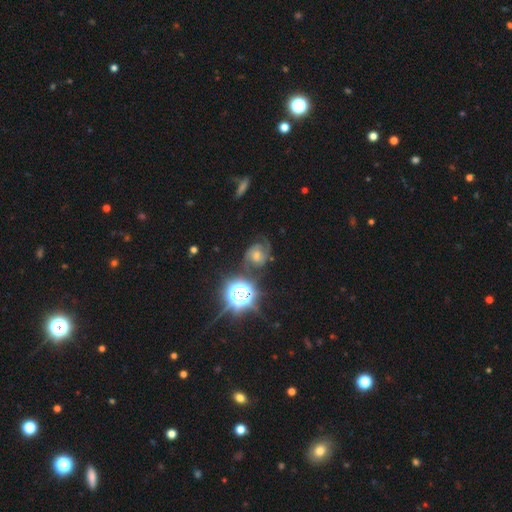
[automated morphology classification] Overall: featured or disk (52%; star or artifact 31%). Edge-on disk: no (96%). Merging: none (64%).